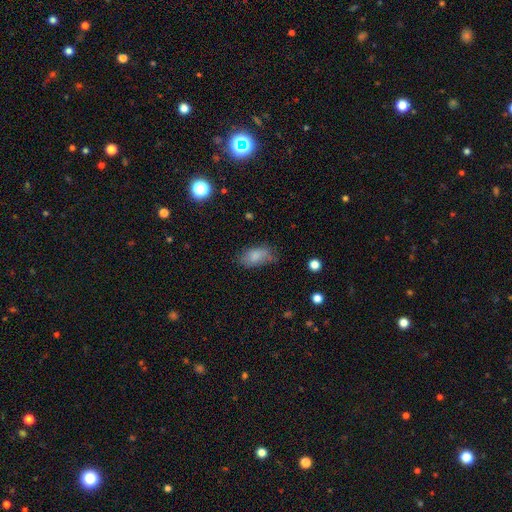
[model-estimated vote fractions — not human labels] smooth_or_featured: smooth (p=0.79) [alt: featured or disk p=0.12]
how_rounded: in between (p=0.92) [alt: round p=0.05]
merging: none (p=0.56) [alt: minor disturbance p=0.31]